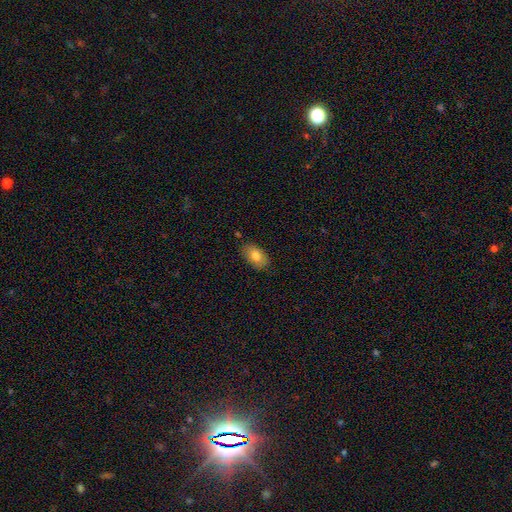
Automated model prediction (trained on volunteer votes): Q: Smooth or featured?
A: smooth (81%); runner-up: featured or disk (12%)
Q: How rounded?
A: in between (92%); runner-up: round (6%)
Q: Merging?
A: none (82%); runner-up: minor disturbance (14%)